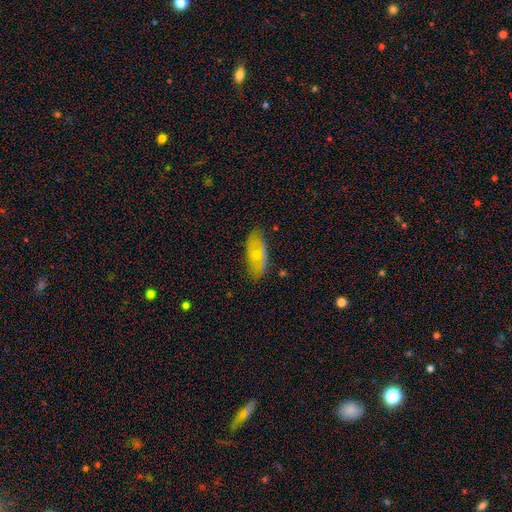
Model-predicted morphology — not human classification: Overall: smooth (50%; featured or disk 38%). How rounded: in between (84%). Merging: none (75%).